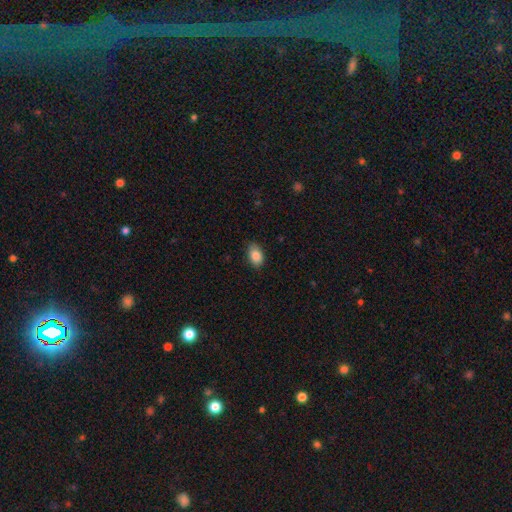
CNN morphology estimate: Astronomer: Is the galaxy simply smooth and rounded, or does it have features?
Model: smooth — 86%.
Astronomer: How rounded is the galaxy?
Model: in between — 87%.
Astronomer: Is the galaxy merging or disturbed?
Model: none — 85%.